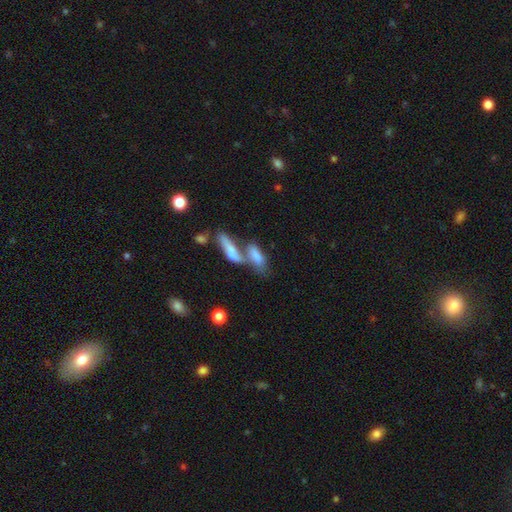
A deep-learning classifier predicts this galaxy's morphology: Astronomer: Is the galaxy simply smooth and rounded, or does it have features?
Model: smooth — 70%.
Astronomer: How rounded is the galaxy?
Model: in between — 63%.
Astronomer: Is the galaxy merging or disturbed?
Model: merger — 64%.